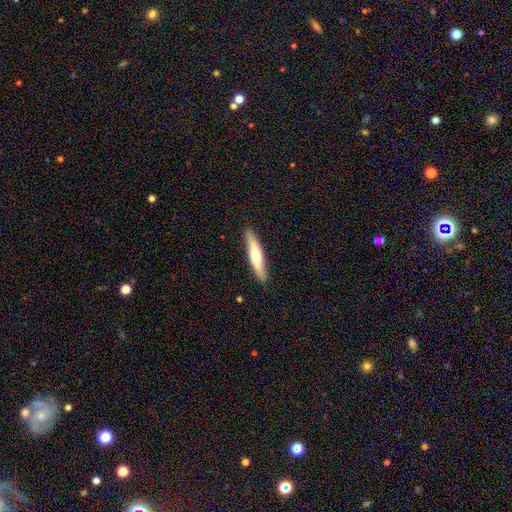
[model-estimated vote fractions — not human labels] Smooth or featured: smooth — 52% (featured or disk — 42%)
How rounded: cigar-shaped — 87% (in between — 12%)
Merging: none — 89% (minor disturbance — 8%)